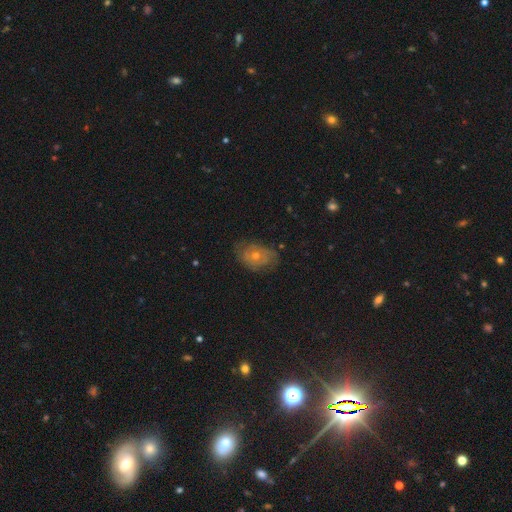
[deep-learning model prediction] smooth_or_featured: featured or disk (p=0.47) [alt: smooth p=0.33]
merging: none (p=0.72) [alt: minor disturbance p=0.20]